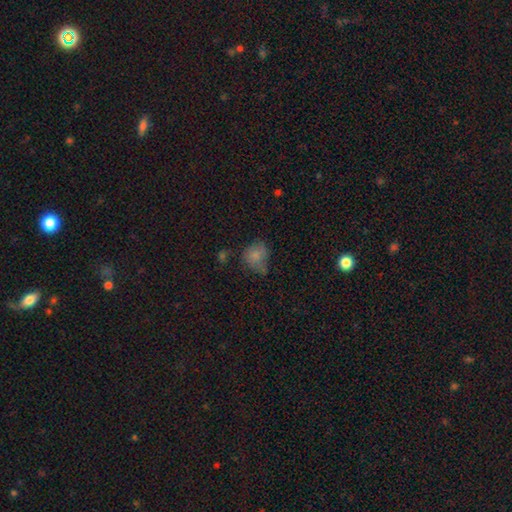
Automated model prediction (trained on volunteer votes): Smooth or featured: smooth — 75% (star or artifact — 13%)
How rounded: round — 61% (in between — 38%)
Merging: none — 43% (minor disturbance — 31%)